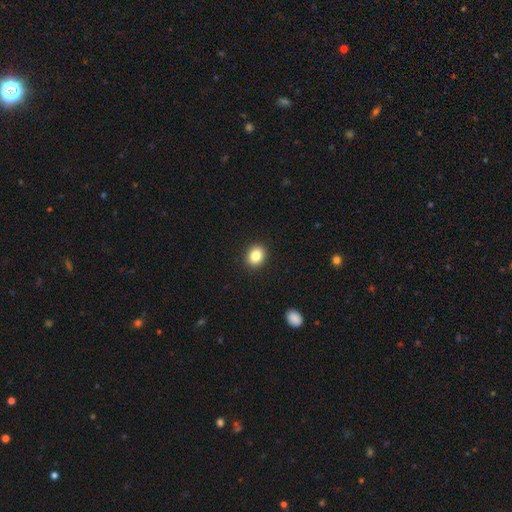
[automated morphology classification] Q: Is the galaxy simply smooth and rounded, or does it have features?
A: smooth — 84%.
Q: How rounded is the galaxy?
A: round — 60%.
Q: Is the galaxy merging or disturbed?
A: none — 92%.